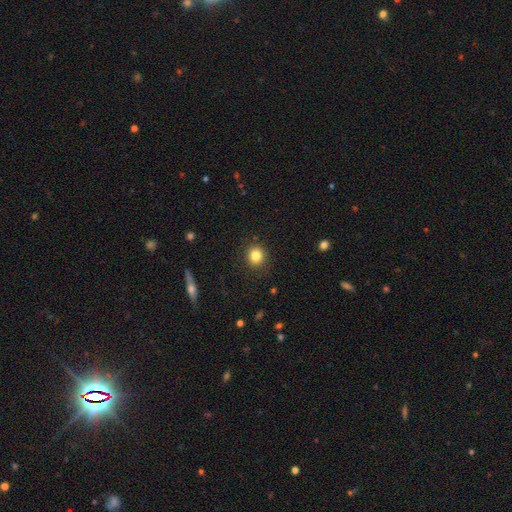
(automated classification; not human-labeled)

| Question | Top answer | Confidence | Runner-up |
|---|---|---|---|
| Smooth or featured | smooth | 83% | star or artifact (11%) |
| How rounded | round | 87% | in between (12%) |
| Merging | none | 90% | minor disturbance (7%) |